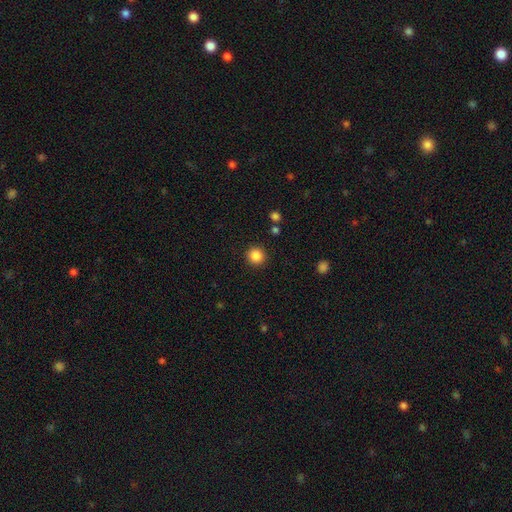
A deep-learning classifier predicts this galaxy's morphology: Smooth or featured? Predicted: smooth (p=0.86). How rounded? Predicted: round (p=0.94). Merging? Predicted: none (p=0.91).